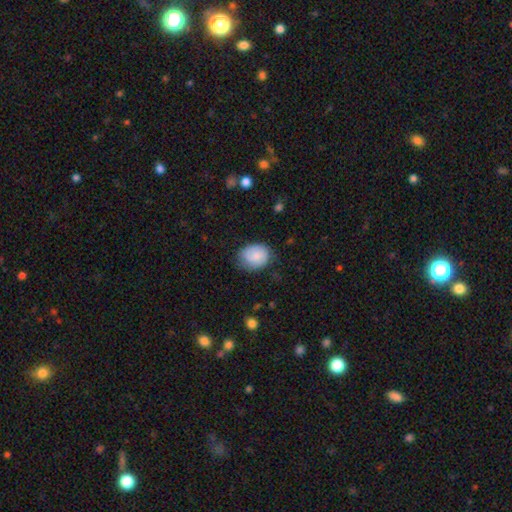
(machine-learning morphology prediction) The model was most divided on "how rounded": in between: 52%, round: 47%, cigar-shaped: 1%. More confident: smooth or featured — smooth (76%); merging — none (63%).